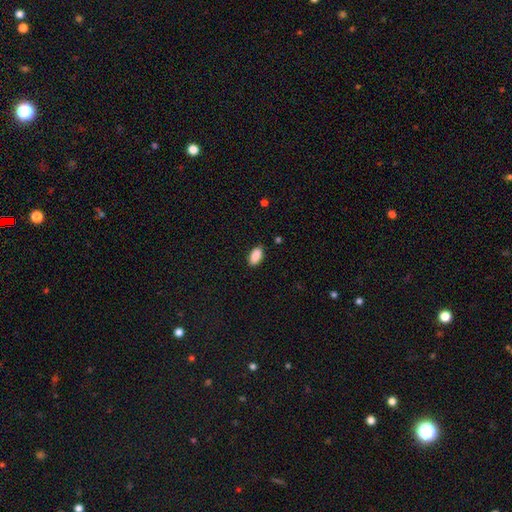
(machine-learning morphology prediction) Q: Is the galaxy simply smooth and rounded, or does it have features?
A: smooth — 90%.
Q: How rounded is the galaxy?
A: in between — 93%.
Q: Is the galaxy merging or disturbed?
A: none — 86%.